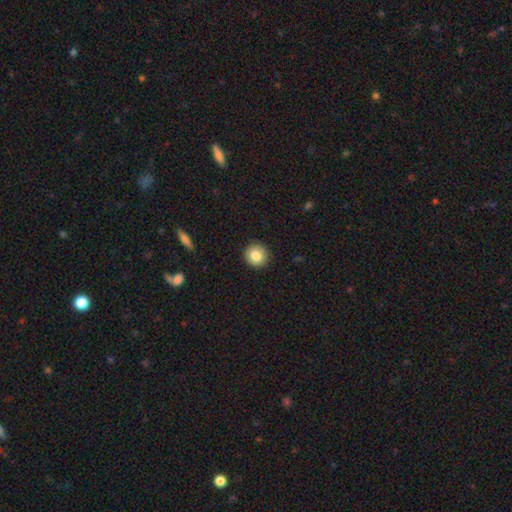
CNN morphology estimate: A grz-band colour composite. It shows a smooth galaxy with no disk features (84%) that is round (93%). Merging: none (92%).